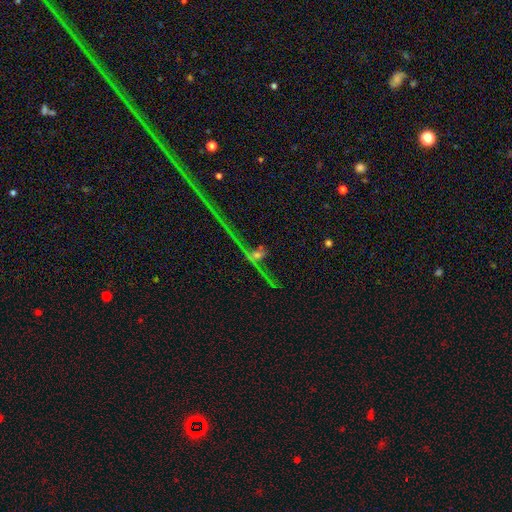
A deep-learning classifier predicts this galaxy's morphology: smooth_or_featured: star or artifact (p=0.44) [alt: featured or disk p=0.40]